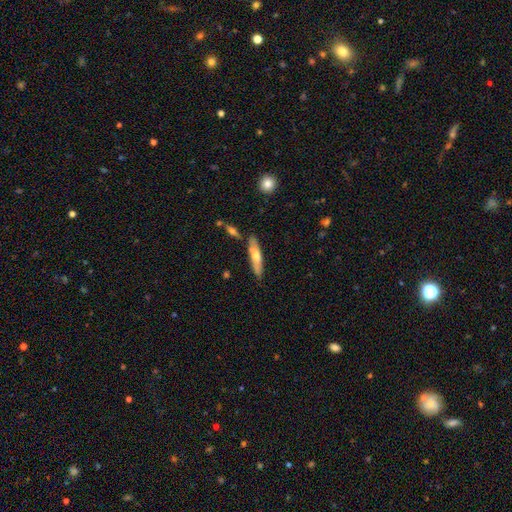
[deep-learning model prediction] This appears to be a smooth galaxy with no disk features (54%) that is cigar-shaped (75%). Merging: none (76%).